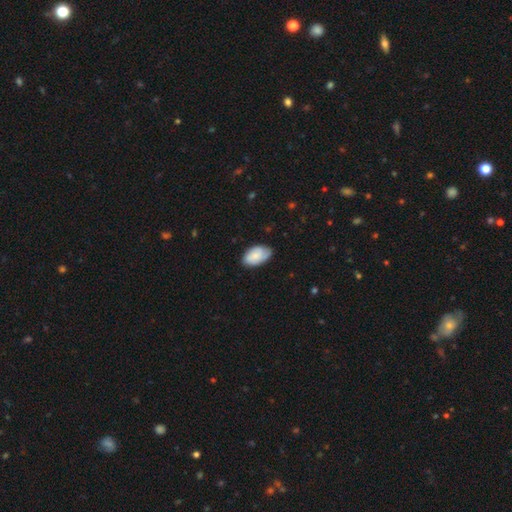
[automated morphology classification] Smooth or featured: smooth — 70% (featured or disk — 24%)
How rounded: in between — 94% (round — 5%)
Merging: none — 72% (minor disturbance — 23%)